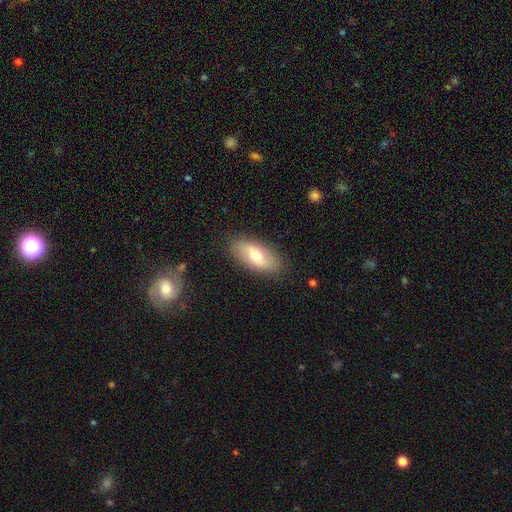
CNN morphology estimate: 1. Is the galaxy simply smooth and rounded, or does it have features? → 57% smooth, 37% featured or disk, 6% star or artifact.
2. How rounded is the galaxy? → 87% in between, 9% cigar-shaped, 4% round.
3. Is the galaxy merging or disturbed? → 86% none, 10% minor disturbance, 3% major disturbance, 1% merger.